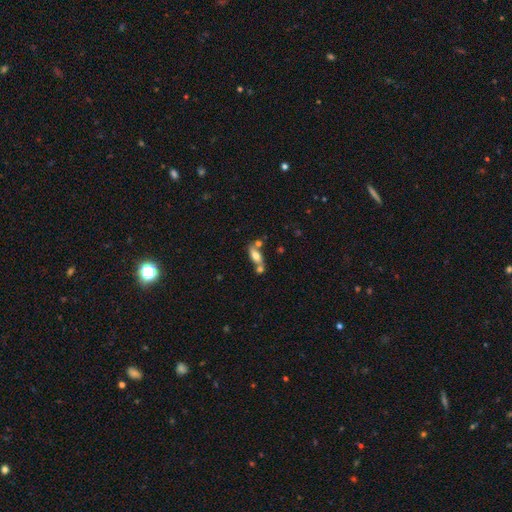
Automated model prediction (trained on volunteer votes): Q: Smooth or featured?
A: smooth (60%); runner-up: featured or disk (31%)
Q: How rounded?
A: in between (68%); runner-up: cigar-shaped (28%)
Q: Merging?
A: none (50%); runner-up: merger (32%)